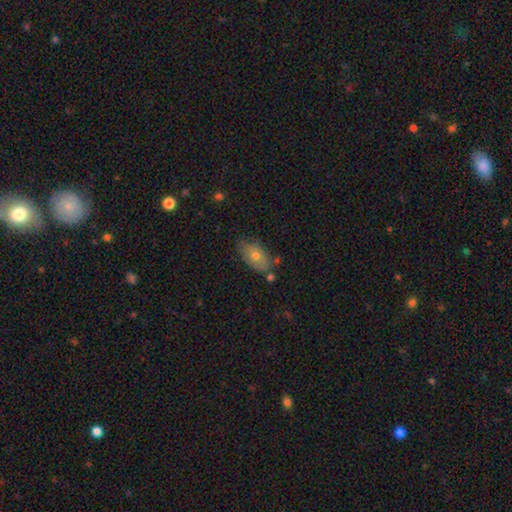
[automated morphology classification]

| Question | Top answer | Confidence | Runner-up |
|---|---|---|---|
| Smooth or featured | smooth | 63% | featured or disk (29%) |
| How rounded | in between | 88% | round (9%) |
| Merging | none | 61% | minor disturbance (27%) |